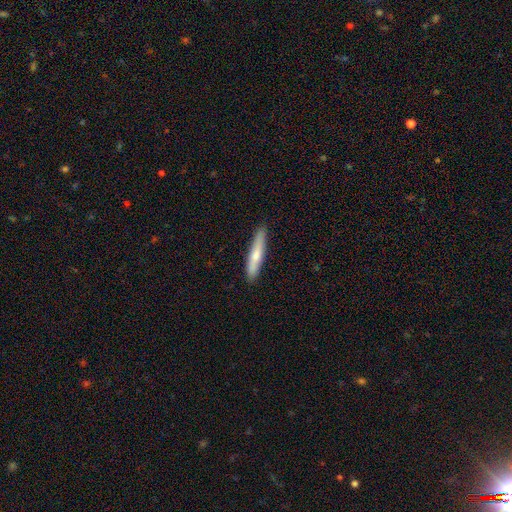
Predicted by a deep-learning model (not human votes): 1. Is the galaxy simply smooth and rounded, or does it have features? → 65% smooth, 29% featured or disk, 6% star or artifact.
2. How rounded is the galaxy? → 90% cigar-shaped, 8% in between, 1% round.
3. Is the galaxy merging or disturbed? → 88% none, 9% minor disturbance, 2% major disturbance, 1% merger.